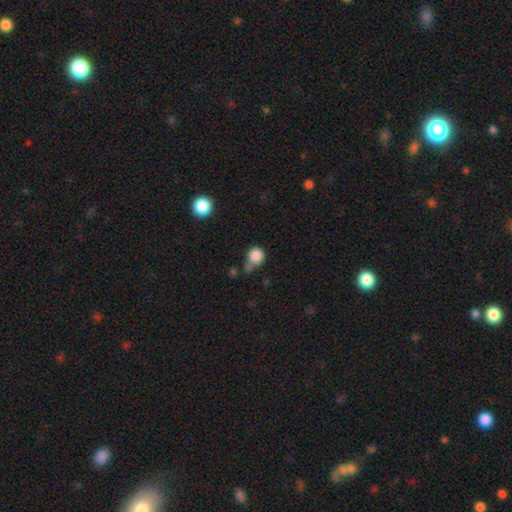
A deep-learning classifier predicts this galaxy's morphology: Smooth or featured? smooth (84%)
How rounded? round (89%)
Merging? none (44%)